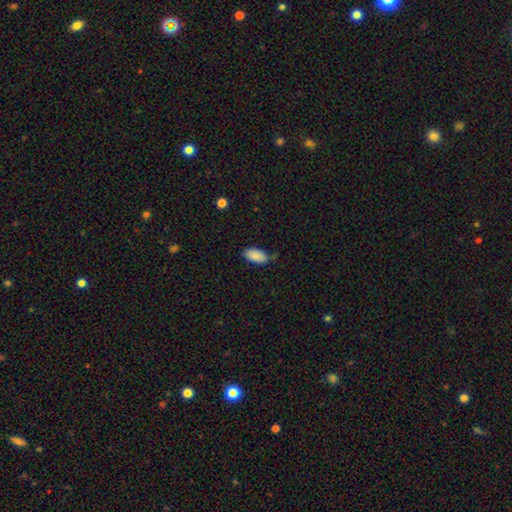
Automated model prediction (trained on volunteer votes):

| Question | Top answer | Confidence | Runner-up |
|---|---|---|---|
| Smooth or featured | smooth | 86% | star or artifact (7%) |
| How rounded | in between | 94% | cigar-shaped (3%) |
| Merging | none | 73% | minor disturbance (21%) |